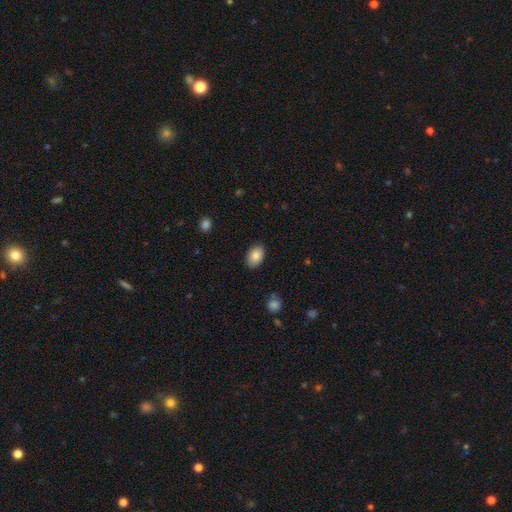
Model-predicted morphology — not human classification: Smooth or featured?
  - smooth: 85% *
  - featured or disk: 7%
  - star or artifact: 7%
How rounded?
  - in between: 88% *
  - round: 11%
  - cigar-shaped: 1%
Merging?
  - none: 86% *
  - minor disturbance: 11%
  - major disturbance: 2%
  - merger: 1%